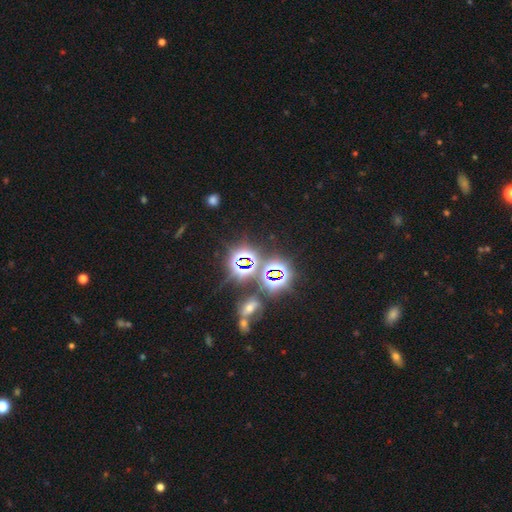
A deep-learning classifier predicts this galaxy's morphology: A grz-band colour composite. It shows a star or artifact, not a galaxy (76%).